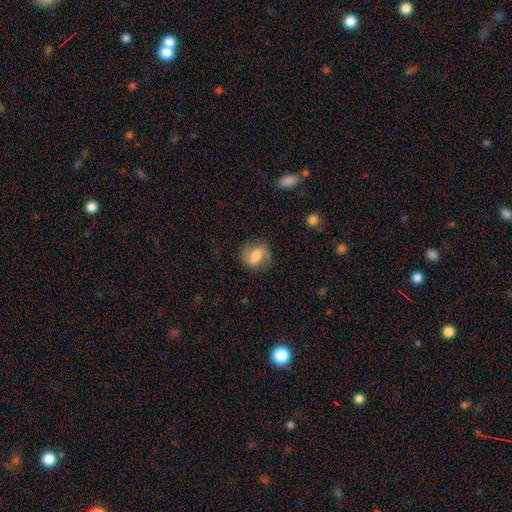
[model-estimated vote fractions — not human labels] Overall: smooth (48%; featured or disk 43%). Merging: none (70%).